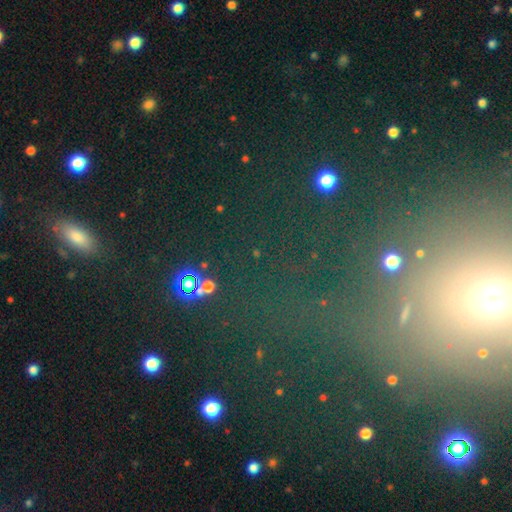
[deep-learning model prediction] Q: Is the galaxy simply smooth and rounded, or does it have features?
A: star or artifact — 54%.